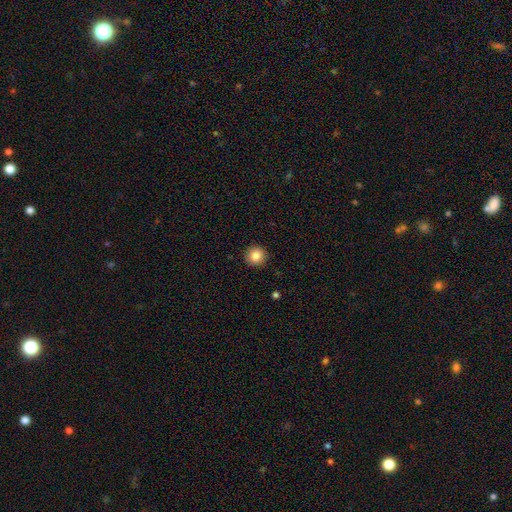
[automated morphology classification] Smooth or featured? Predicted: smooth (p=0.85). How rounded? Predicted: round (p=0.93). Merging? Predicted: none (p=0.92).